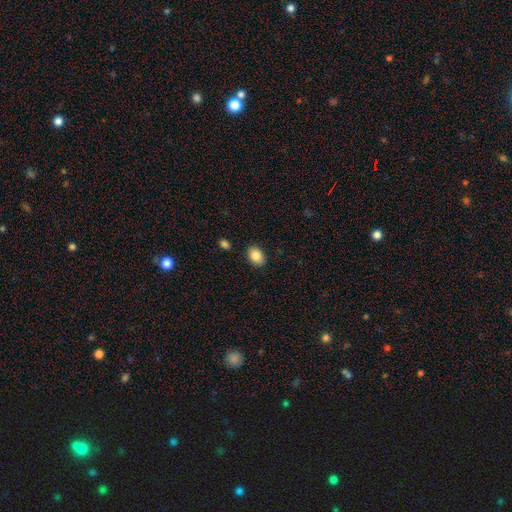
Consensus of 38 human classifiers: Smooth or featured? 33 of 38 (87%) said smooth. How rounded? 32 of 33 (97%) said in between. Merging? 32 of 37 (86%) said none.